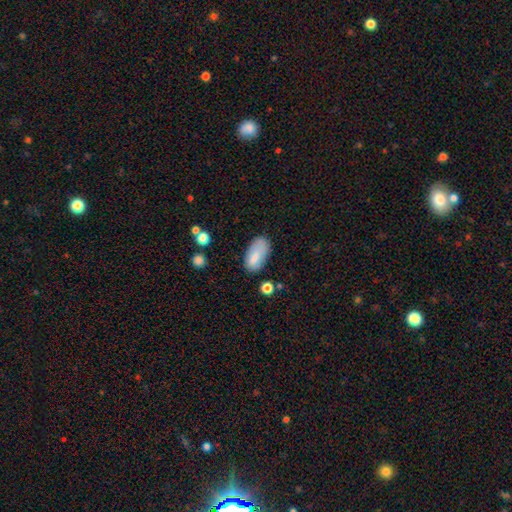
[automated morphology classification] Overall: smooth (81%). How rounded: in between (93%). Merging: none (67%).